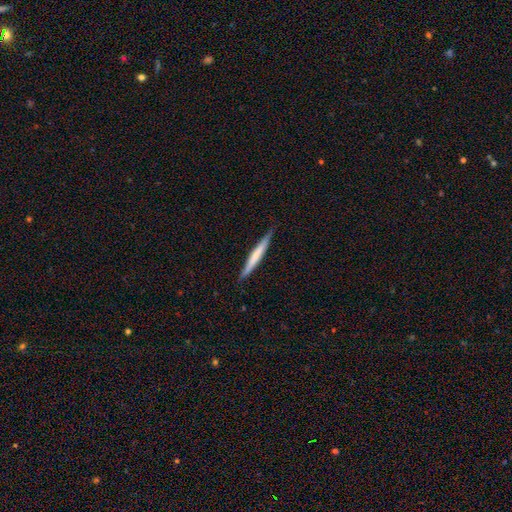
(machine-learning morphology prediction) This appears to be a smooth galaxy with no disk features (55%) that is cigar-shaped (96%). Merging: none (87%).